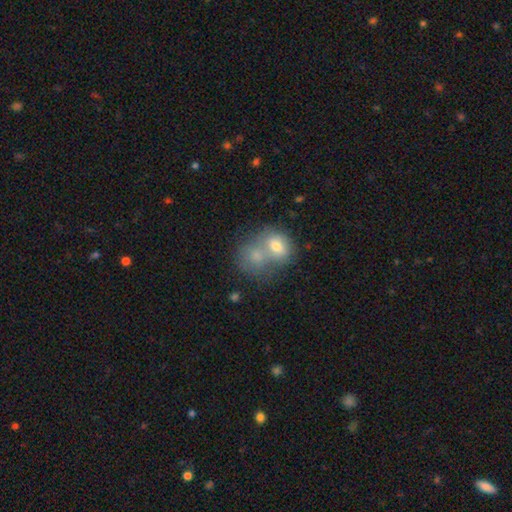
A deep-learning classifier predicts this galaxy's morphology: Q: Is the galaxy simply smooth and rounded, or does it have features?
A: smooth — 68%.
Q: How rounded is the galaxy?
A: round — 57%.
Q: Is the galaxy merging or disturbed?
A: merger — 70%.